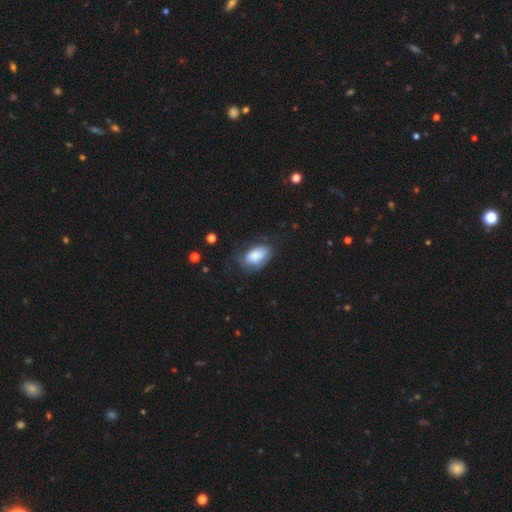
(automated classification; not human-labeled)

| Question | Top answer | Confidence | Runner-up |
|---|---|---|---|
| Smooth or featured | smooth | 77% | featured or disk (16%) |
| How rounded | in between | 92% | round (6%) |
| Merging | none | 52% | minor disturbance (30%) |